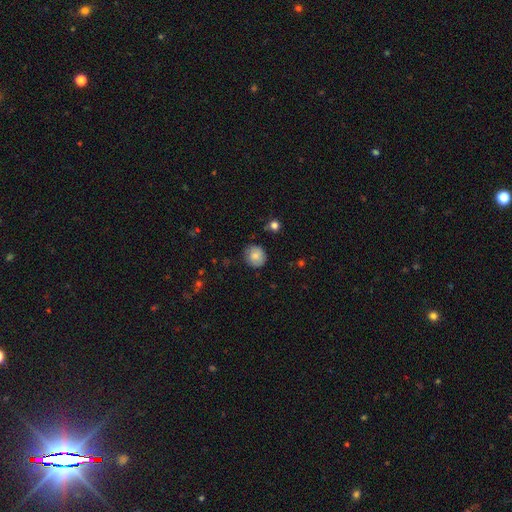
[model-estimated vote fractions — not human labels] Q: Smooth or featured?
A: smooth (79%); runner-up: featured or disk (13%)
Q: How rounded?
A: round (87%); runner-up: in between (12%)
Q: Merging?
A: none (80%); runner-up: minor disturbance (15%)